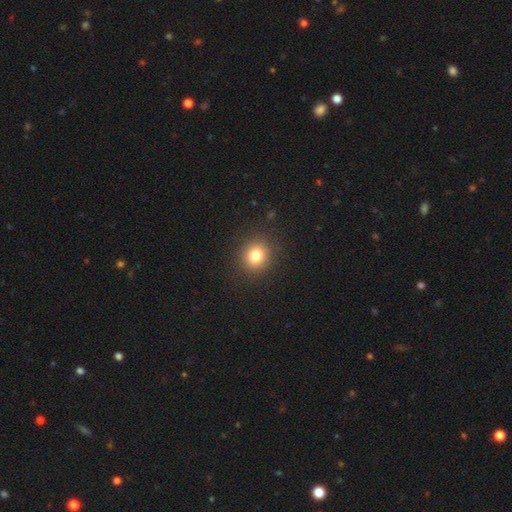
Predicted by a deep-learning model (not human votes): Smooth or featured: smooth — 81% (star or artifact — 12%)
How rounded: round — 79% (in between — 20%)
Merging: none — 89% (minor disturbance — 7%)